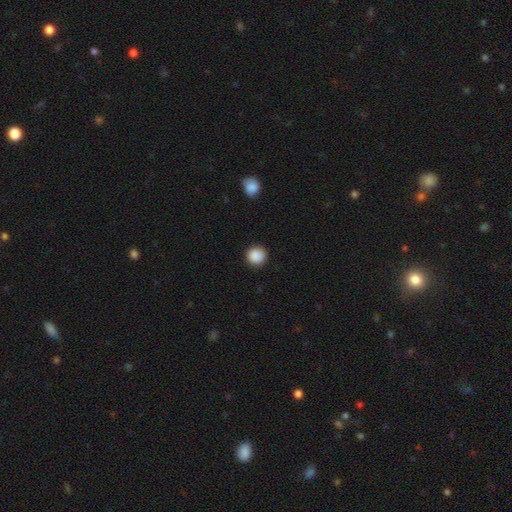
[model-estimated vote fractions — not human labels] Morphology: type=smooth (89%); roundness=round (93%); merging=none (91%).